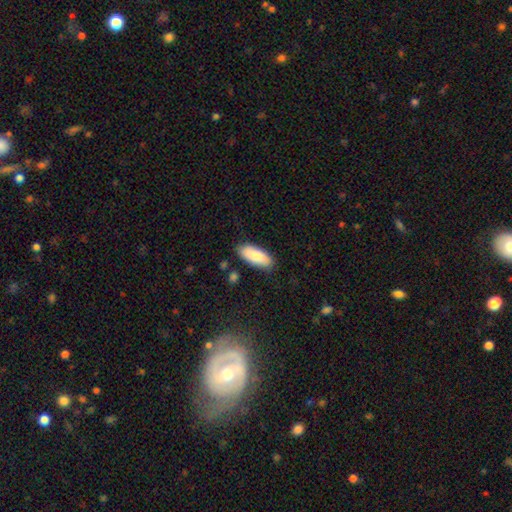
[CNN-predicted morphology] A smooth galaxy with no disk features (86%) that is in between round and cigar-shaped (78%).

Vote fractions:
- Smooth or featured? smooth: 86% / featured or disk: 8% / star or artifact: 6%
- How rounded? in between: 78% / cigar-shaped: 21% / round: 2%
- Merging? none: 84% / minor disturbance: 12% / major disturbance: 2% / merger: 2%